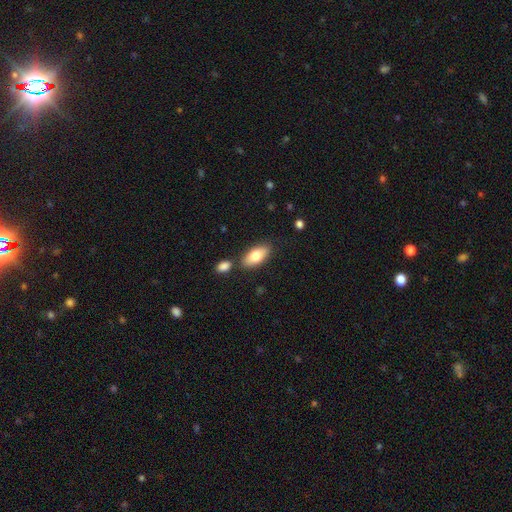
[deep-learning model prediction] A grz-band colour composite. It shows a smooth galaxy with no disk features (78%) that is in between round and cigar-shaped (88%). Merging: none (77%).